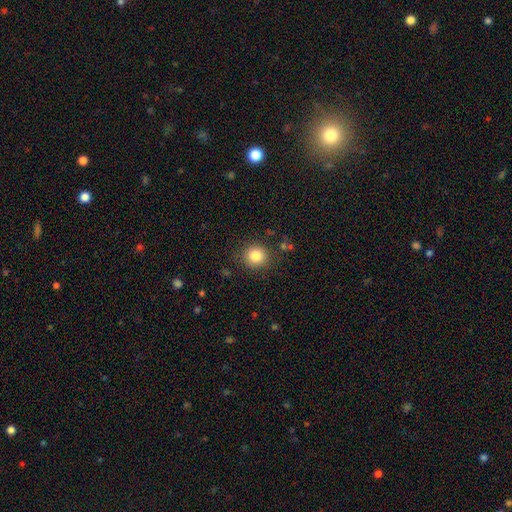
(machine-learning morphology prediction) smooth 83%, star or artifact 11%, featured or disk 6%. Down the decision tree: how rounded — round (87%); merging — none (86%).